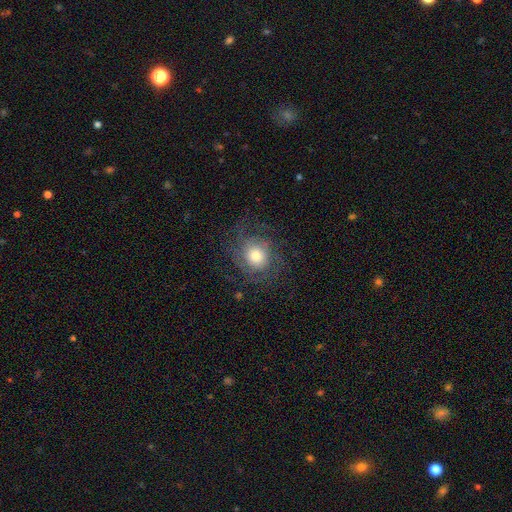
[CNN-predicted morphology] A featured or disk galaxy (56%) with no bar (81%), spiral arms (83%) and a moderate central bulge (47%). Merging: none (68%).